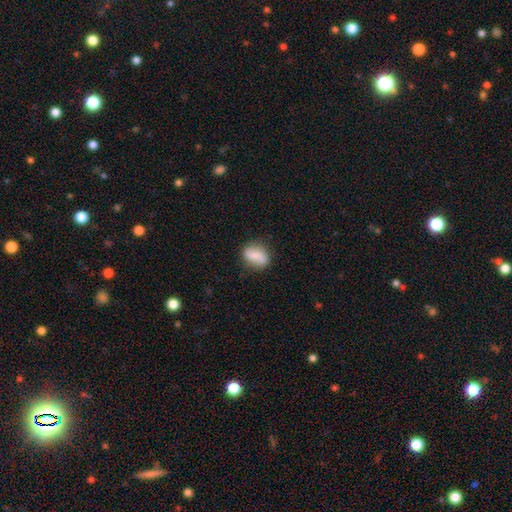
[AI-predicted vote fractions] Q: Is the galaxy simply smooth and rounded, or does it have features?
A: smooth — 62%.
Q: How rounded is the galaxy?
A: in between — 65%.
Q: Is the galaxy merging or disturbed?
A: none — 77%.